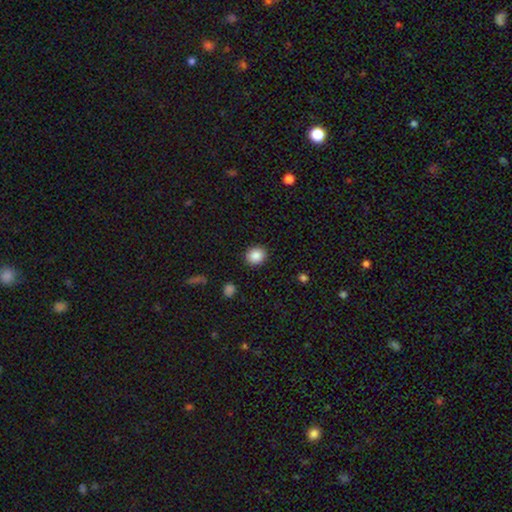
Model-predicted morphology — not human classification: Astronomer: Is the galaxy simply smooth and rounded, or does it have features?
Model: smooth — 87%.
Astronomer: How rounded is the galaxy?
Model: round — 78%.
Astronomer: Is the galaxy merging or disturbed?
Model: none — 90%.